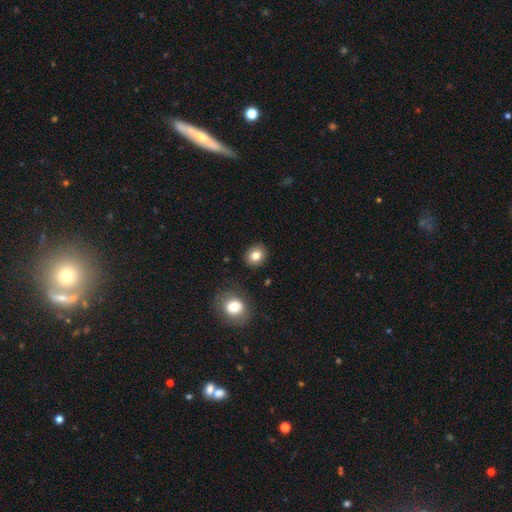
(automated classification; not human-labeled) A smooth galaxy with no disk features (81%) that is round (81%).

Vote fractions:
- Smooth or featured? smooth: 81% / star or artifact: 11% / featured or disk: 8%
- How rounded? round: 81% / in between: 18% / cigar-shaped: 1%
- Merging? none: 88% / minor disturbance: 8% / merger: 2% / major disturbance: 2%